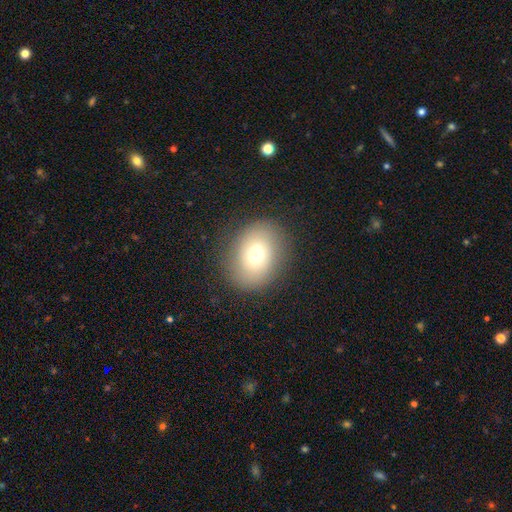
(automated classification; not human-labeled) smooth 67%, featured or disk 20%, star or artifact 13%. Down the decision tree: how rounded — in between (50%); merging — none (82%).